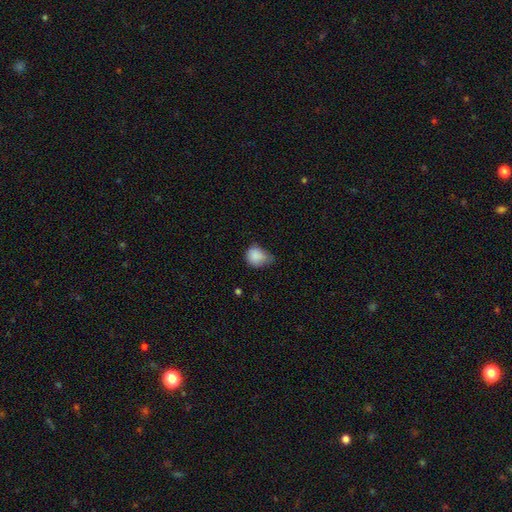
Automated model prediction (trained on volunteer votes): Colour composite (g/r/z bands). It shows a smooth galaxy with no disk features (85%) that is round (55%). Merging: minor disturbance (51%).